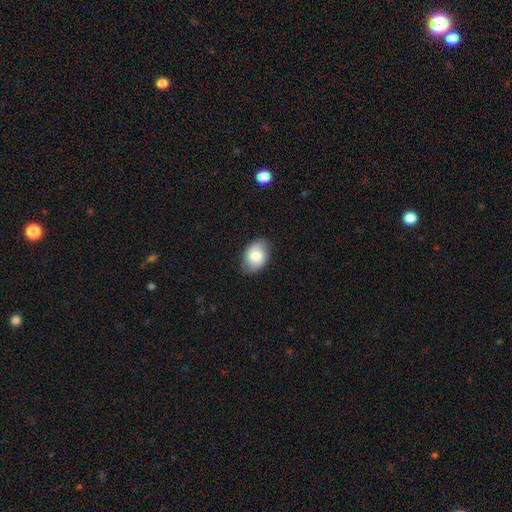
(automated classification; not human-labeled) Smooth or featured: smooth — 79% (featured or disk — 14%)
How rounded: in between — 84% (round — 15%)
Merging: none — 83% (minor disturbance — 14%)